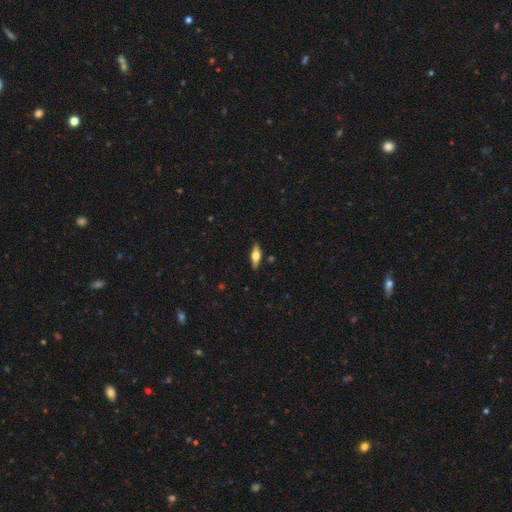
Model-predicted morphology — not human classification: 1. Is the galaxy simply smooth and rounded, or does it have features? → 52% smooth, 41% featured or disk, 6% star or artifact.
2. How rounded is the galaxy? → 61% in between, 36% cigar-shaped, 3% round.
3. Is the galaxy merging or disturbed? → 87% none, 10% minor disturbance, 2% major disturbance, 1% merger.